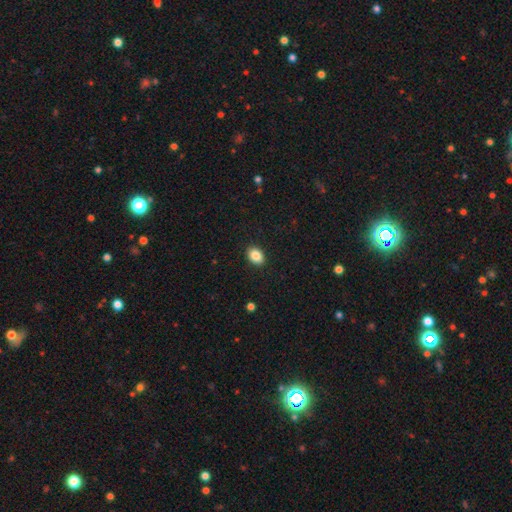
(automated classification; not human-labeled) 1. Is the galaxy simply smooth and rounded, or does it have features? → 86% smooth, 8% star or artifact, 5% featured or disk.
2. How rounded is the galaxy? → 76% in between, 23% round, 1% cigar-shaped.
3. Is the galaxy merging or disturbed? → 91% none, 7% minor disturbance, 2% major disturbance, 1% merger.